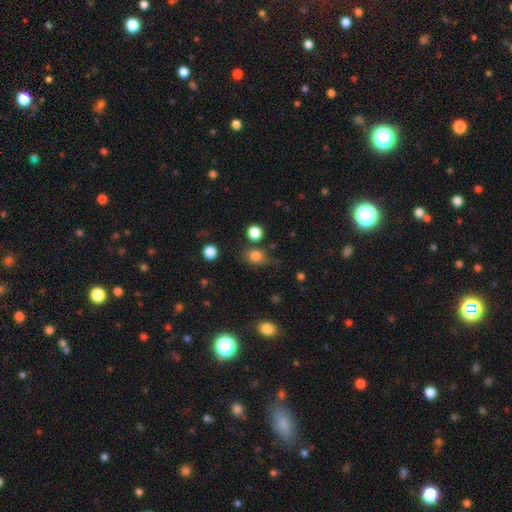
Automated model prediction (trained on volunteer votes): This appears to be a smooth galaxy with no disk features (81%) that is round (53%). Merging: none (66%).